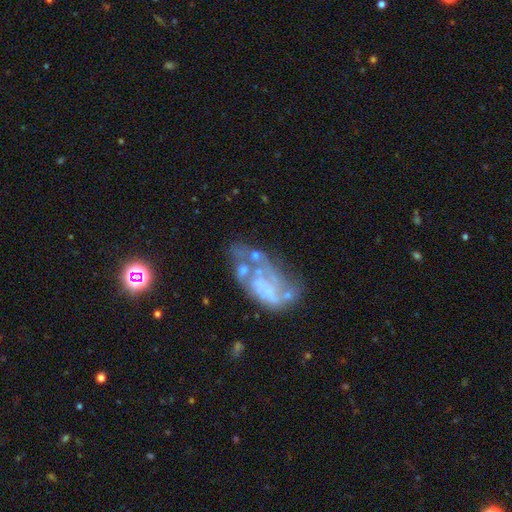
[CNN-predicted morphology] Smooth or featured? featured or disk (65%)
Edge-on disk? no (97%)
Bar? no (86%)
Spiral arms? no (76%)
Bulge size? none (67%)
Merging? none (29%)